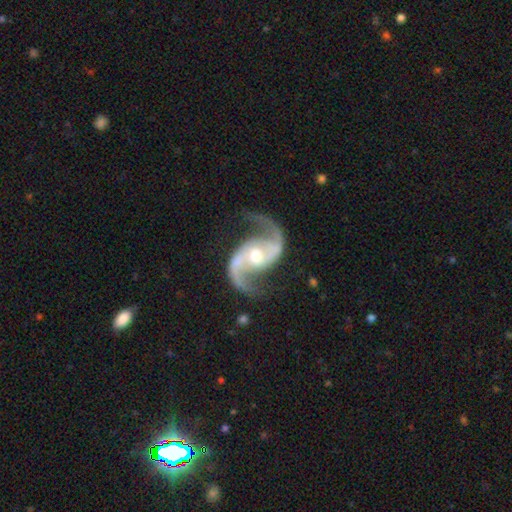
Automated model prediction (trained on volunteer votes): Overall: featured or disk (94%). Edge-on disk: no (98%). Bar: no (44%; weak 38%). Spiral arms: yes (99%). Spiral arm count: 2 (95%). Spiral winding: medium (47%; loose 45%). Bulge size: moderate (67%). Merging: none (79%).